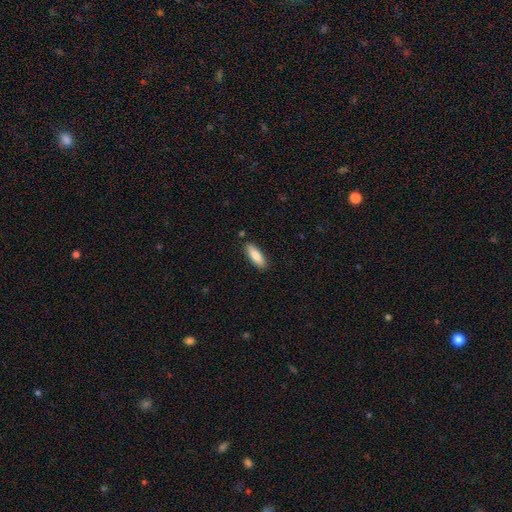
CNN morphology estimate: smooth_or_featured: smooth (p=0.85) [alt: featured or disk p=0.09]
how_rounded: in between (p=0.57) [alt: cigar-shaped p=0.42]
merging: none (p=0.88) [alt: minor disturbance p=0.09]